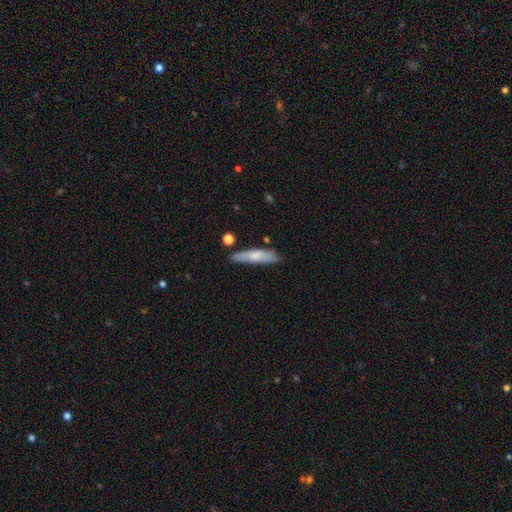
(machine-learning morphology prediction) Q: Smooth or featured?
A: smooth (71%); runner-up: featured or disk (23%)
Q: How rounded?
A: cigar-shaped (74%); runner-up: in between (25%)
Q: Merging?
A: none (74%); runner-up: minor disturbance (18%)